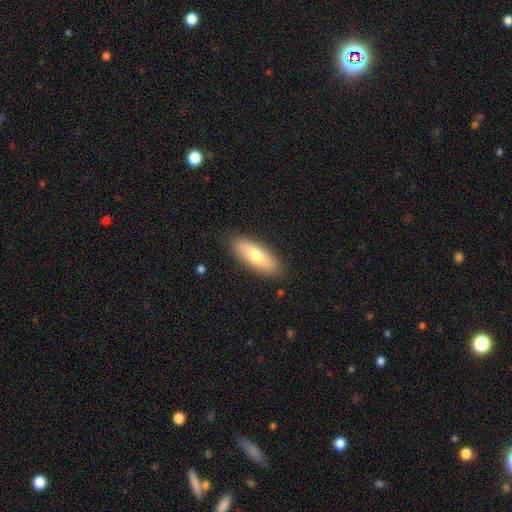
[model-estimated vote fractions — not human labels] smooth 69%, featured or disk 25%, star or artifact 6%. Down the decision tree: how rounded — in between (68%); merging — none (88%).